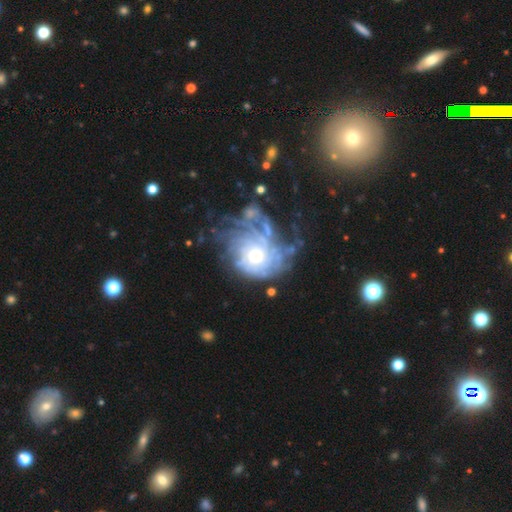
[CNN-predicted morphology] A featured or disk galaxy (78%) with no bar (84%), tight (65%) spiral arms (79%) and a moderate central bulge (62%). Merging: none (40%).